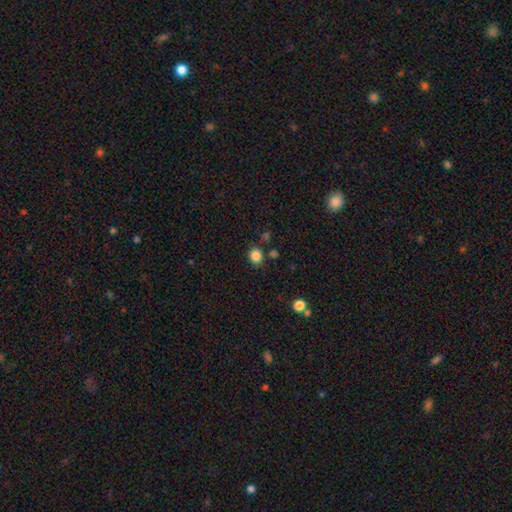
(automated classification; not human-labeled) smooth-or-featured: smooth: 85% | star or artifact: 11% | featured or disk: 4%
  how-rounded: round: 63% | in between: 36% | cigar-shaped: 1%
  merging: none: 80% | minor disturbance: 11% | merger: 5% | major disturbance: 3%